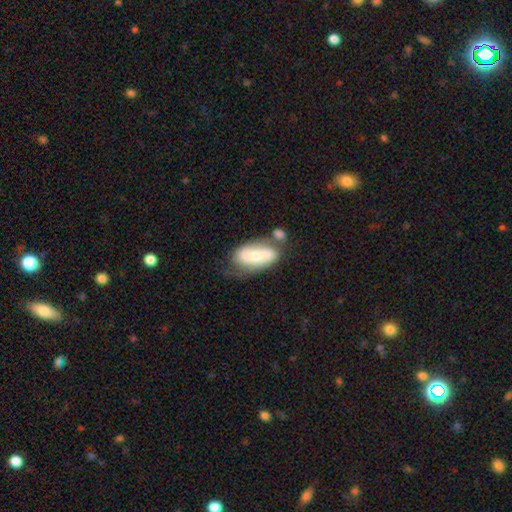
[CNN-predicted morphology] The model was most divided on "smooth or featured": featured or disk: 48%, smooth: 45%, star or artifact: 6%. Remaining: merging — none (42%).